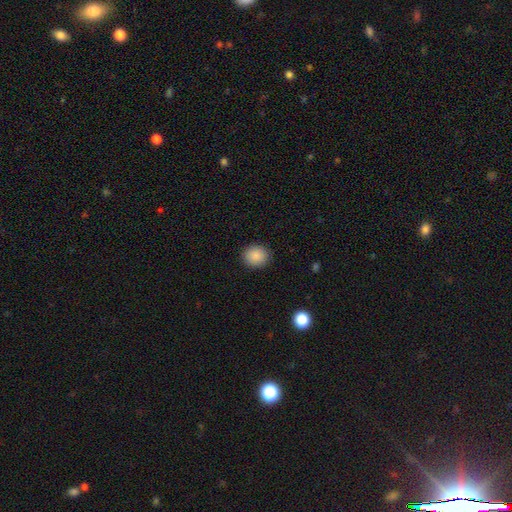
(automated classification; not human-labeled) smooth_or_featured: smooth (p=0.88) [alt: star or artifact p=0.09]
how_rounded: round (p=0.76) [alt: in between p=0.23]
merging: none (p=0.91) [alt: minor disturbance p=0.06]